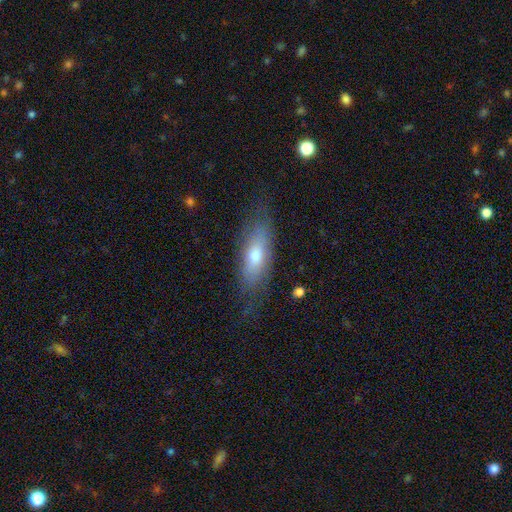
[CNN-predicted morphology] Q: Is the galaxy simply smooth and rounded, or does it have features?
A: smooth — 59%.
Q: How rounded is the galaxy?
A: in between — 67%.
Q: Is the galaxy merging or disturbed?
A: none — 70%.